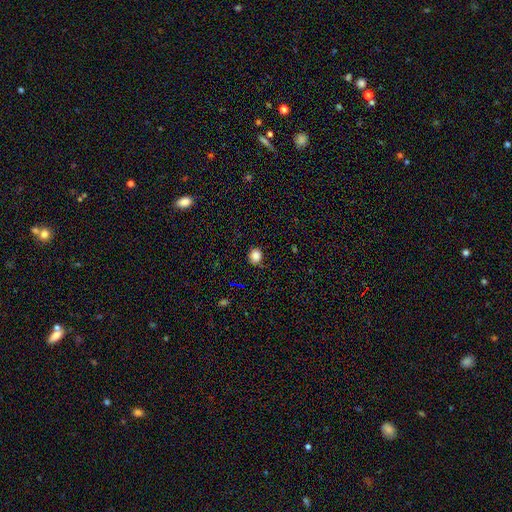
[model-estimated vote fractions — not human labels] Smooth or featured: smooth — 84% (star or artifact — 12%)
How rounded: round — 80% (in between — 19%)
Merging: none — 80% (minor disturbance — 15%)